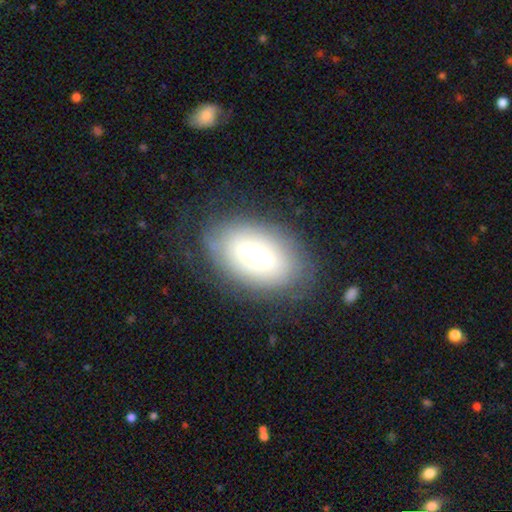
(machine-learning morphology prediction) smooth 51%, featured or disk 39%, star or artifact 10%. Down the decision tree: how rounded — in between (86%); merging — none (71%).